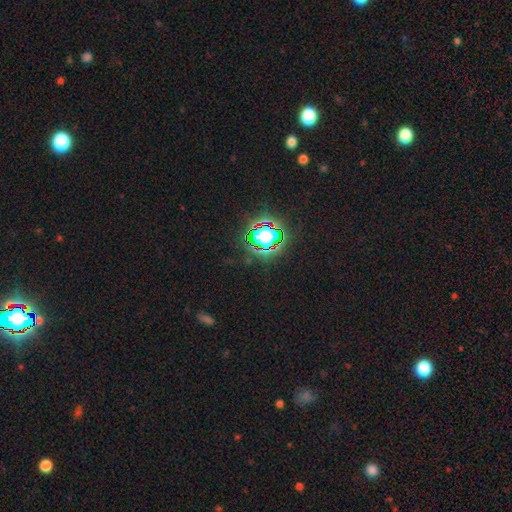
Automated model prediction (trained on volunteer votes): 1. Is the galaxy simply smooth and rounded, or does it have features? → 82% star or artifact, 11% smooth, 7% featured or disk.